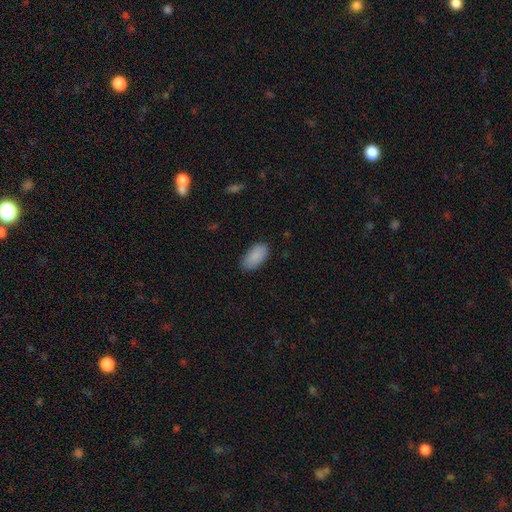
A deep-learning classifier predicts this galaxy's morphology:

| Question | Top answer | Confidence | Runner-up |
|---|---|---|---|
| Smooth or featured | smooth | 89% | star or artifact (7%) |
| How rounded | in between | 94% | cigar-shaped (3%) |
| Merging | none | 82% | minor disturbance (14%) |